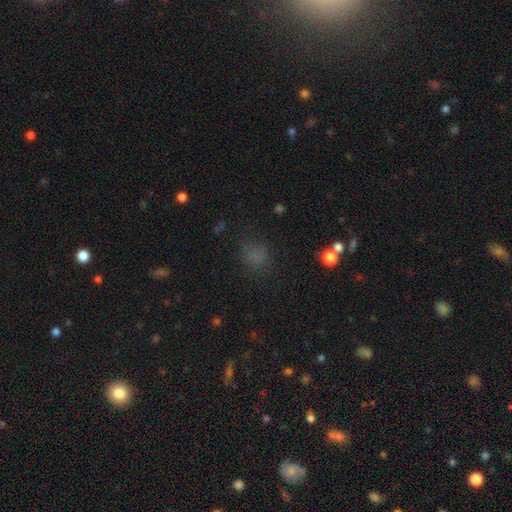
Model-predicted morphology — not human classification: type=smooth (68%); roundness=round (73%); merging=none (72%).